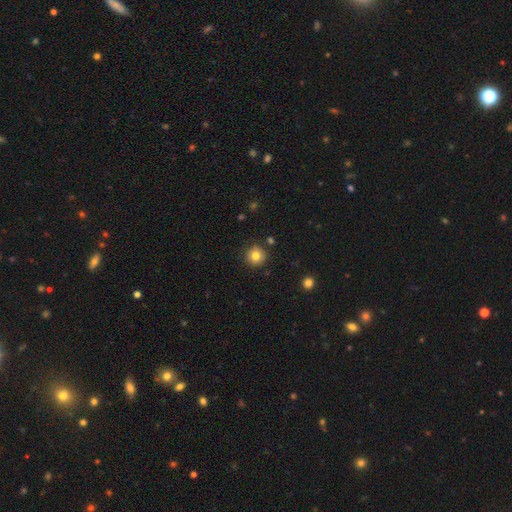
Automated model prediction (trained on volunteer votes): Smooth or featured: smooth — 81% (star or artifact — 11%)
How rounded: round — 94% (in between — 5%)
Merging: none — 88% (minor disturbance — 8%)